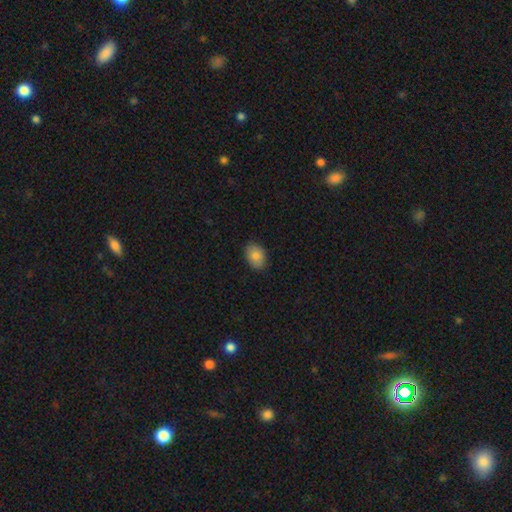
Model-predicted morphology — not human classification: A smooth galaxy with no disk features (83%) that is in between round and cigar-shaped (76%). Merging: none (86%).